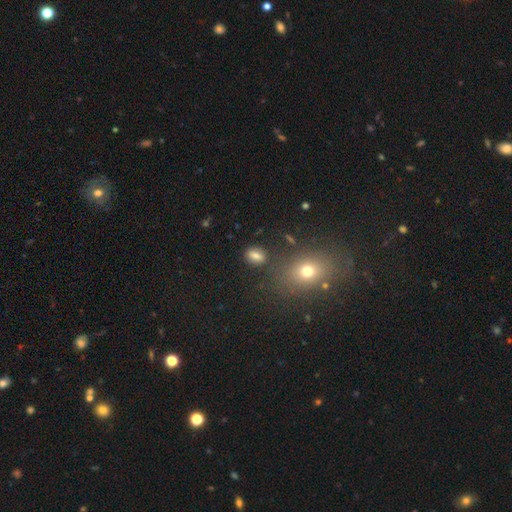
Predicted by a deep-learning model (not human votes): Smooth or featured? smooth (77%)
How rounded? in between (66%)
Merging? none (78%)